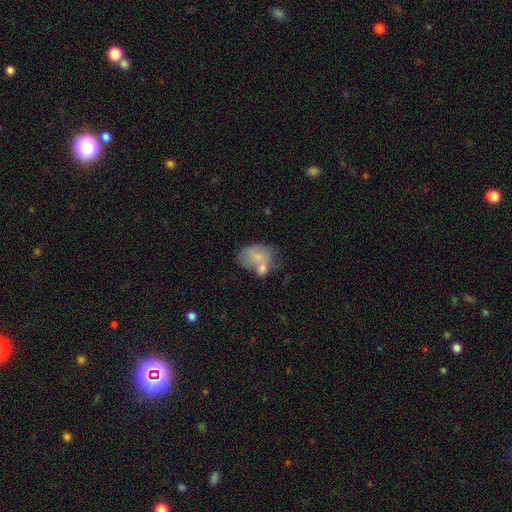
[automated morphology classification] smooth-or-featured: smooth: 69% | featured or disk: 23% | star or artifact: 8%
  how-rounded: in between: 78% | round: 20% | cigar-shaped: 1%
  merging: merger: 44% | none: 25% | minor disturbance: 19% | major disturbance: 12%